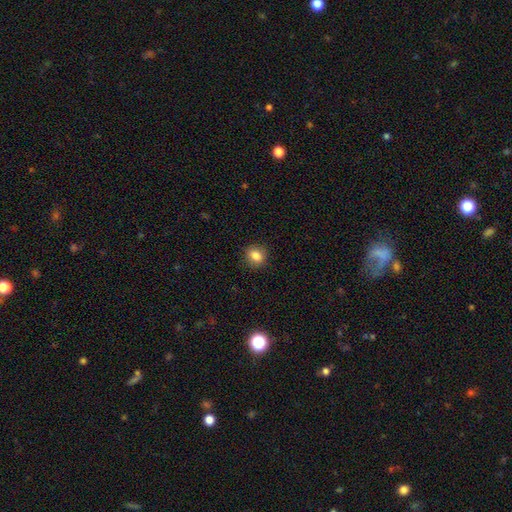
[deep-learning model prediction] Smooth or featured? smooth (84%)
How rounded? round (68%)
Merging? none (88%)